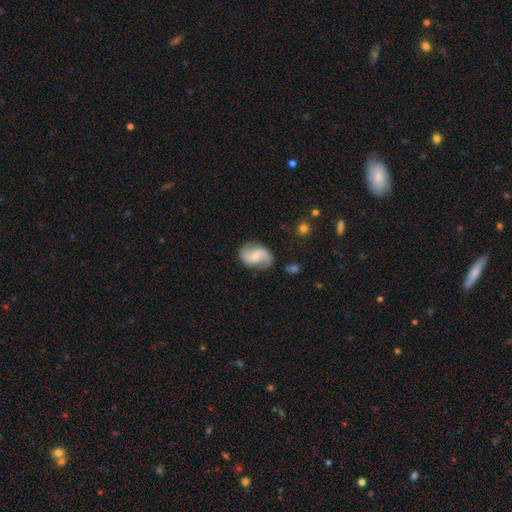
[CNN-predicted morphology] A featured or disk galaxy (73%) with a weak bar (45%), 2 (91%) loose (52%) spiral arms (93%) and a small central bulge (55%).

Vote fractions:
- Smooth or featured? featured or disk: 73% / smooth: 21% / star or artifact: 6%
- Edge-on disk? no: 98% / yes: 2%
- Bar? weak: 45% / no: 41% / strong: 14%
- Spiral arms? yes: 93% / no: 7%
- Spiral winding? loose: 52% / medium: 36% / tight: 12%
- Spiral arm count? 2: 91% / can't tell: 4% / 1: 2% / 3: 1% / 4: 1% / more than 4: 1%
- Bulge size? small: 55% / moderate: 34% / none: 8% / large: 2% / dominant: 1%
- Merging? none: 75% / minor disturbance: 18% / major disturbance: 6% / merger: 2%